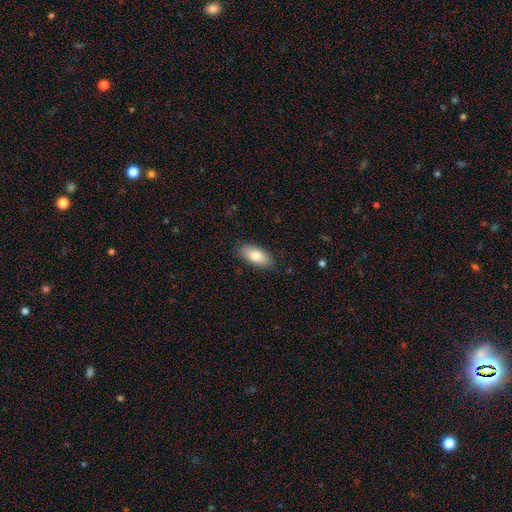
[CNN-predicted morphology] smooth-or-featured: smooth: 83% | featured or disk: 11% | star or artifact: 6%
  how-rounded: in between: 89% | cigar-shaped: 9% | round: 2%
  merging: none: 86% | minor disturbance: 11% | major disturbance: 2% | merger: 1%